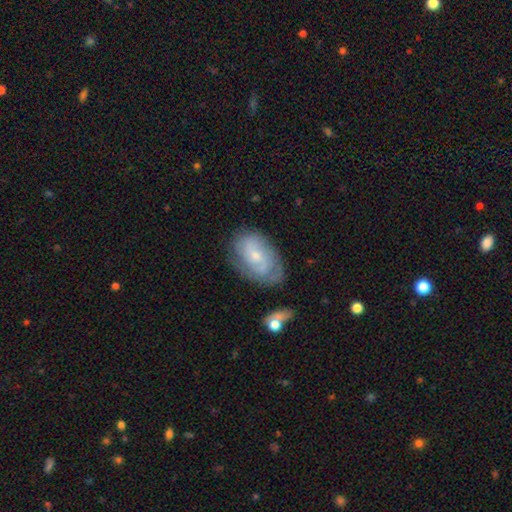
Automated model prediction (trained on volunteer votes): Overall: featured or disk (59%; smooth 34%). Edge-on disk: no (95%). Bar: no (68%). Spiral arms: yes (78%). Bulge size: small (68%). Merging: none (61%; minor disturbance 24%).